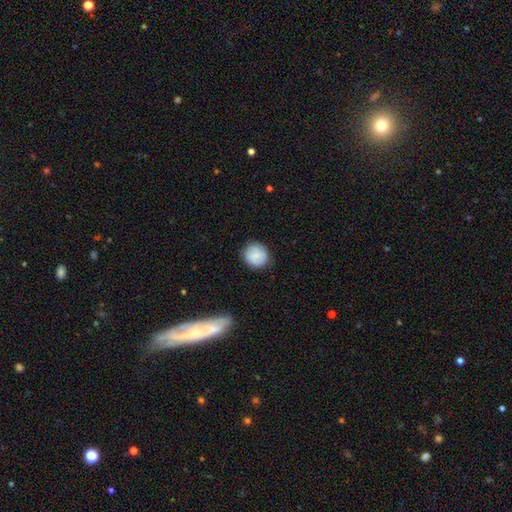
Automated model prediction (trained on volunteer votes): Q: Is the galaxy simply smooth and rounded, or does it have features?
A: smooth — 80%.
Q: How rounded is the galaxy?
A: round — 89%.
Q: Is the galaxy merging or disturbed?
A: none — 85%.